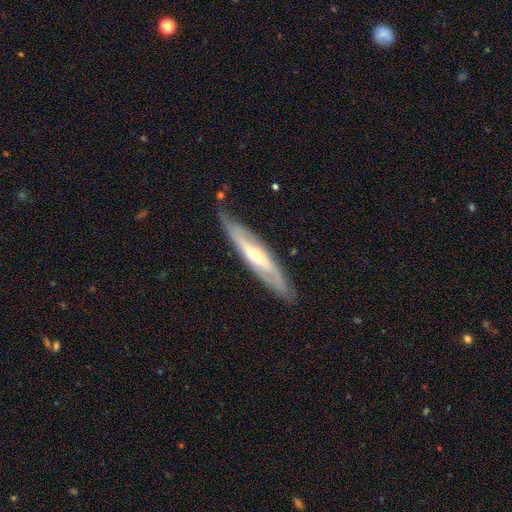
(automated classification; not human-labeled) Smooth or featured?
  - featured or disk: 75% *
  - smooth: 20%
  - star or artifact: 6%
Edge-on disk?
  - yes: 51% *
  - no: 49%
Merging?
  - none: 78% *
  - minor disturbance: 17%
  - major disturbance: 3%
  - merger: 2%